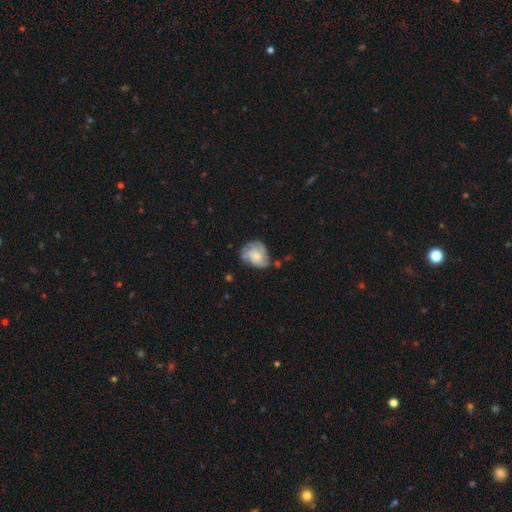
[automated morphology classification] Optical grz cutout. It shows a featured or disk galaxy (62%) with no bar (79%), 3 (30%) tight (46%) spiral arms (86%) and a small central bulge (51%). Merging: none (55%).